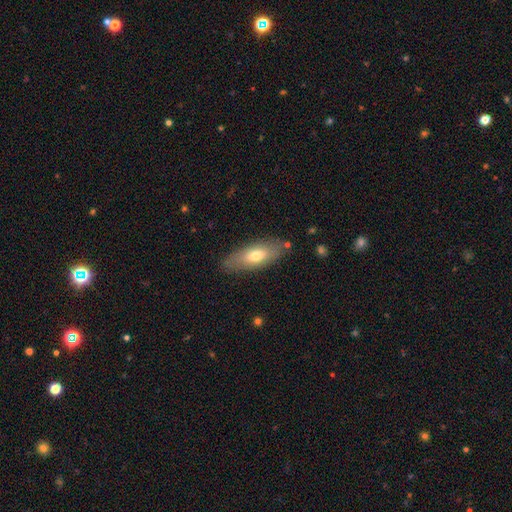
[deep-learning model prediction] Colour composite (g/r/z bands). It shows a smooth galaxy with no disk features (67%) that is in between round and cigar-shaped (70%). Merging: none (81%).